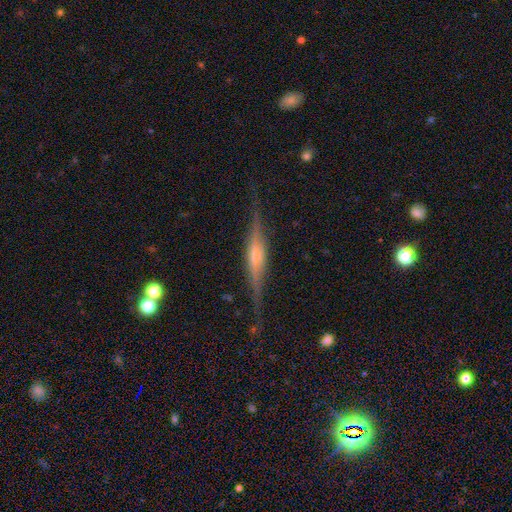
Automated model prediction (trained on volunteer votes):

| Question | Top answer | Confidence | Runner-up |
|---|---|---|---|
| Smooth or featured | featured or disk | 76% | smooth (17%) |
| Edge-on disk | yes | 96% | no (4%) |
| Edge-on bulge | rounded | 60% | boxy (26%) |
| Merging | none | 81% | minor disturbance (14%) |